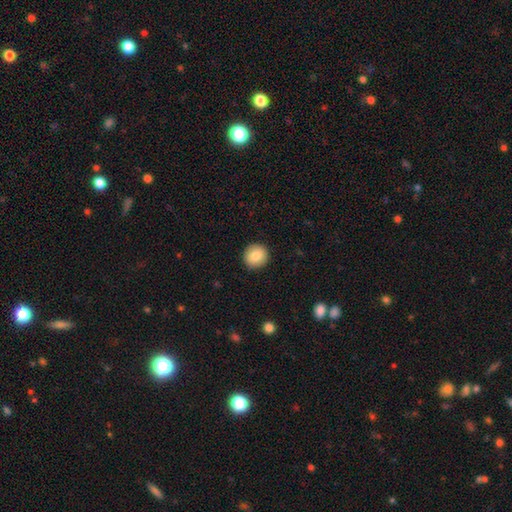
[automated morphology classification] type=smooth (84%); roundness=round (93%); merging=none (92%).